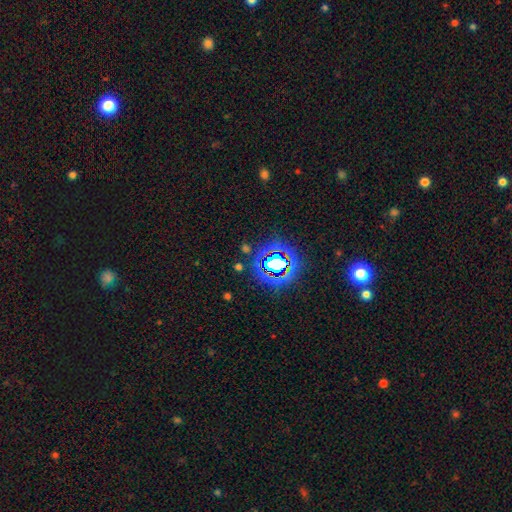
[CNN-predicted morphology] star or artifact 76%, smooth 15%, featured or disk 9%.